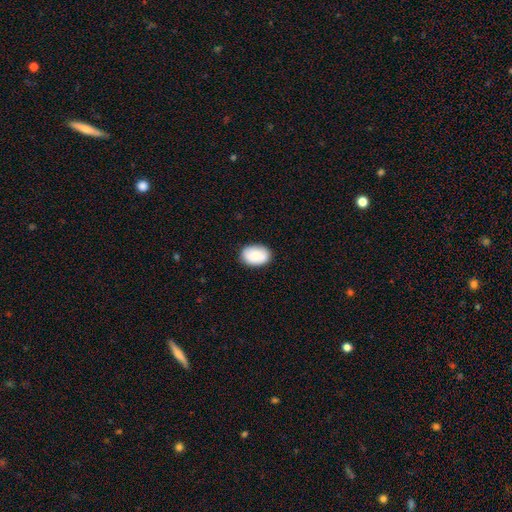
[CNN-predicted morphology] A smooth galaxy with no disk features (82%) that is in between round and cigar-shaped (80%). Merging: none (86%).